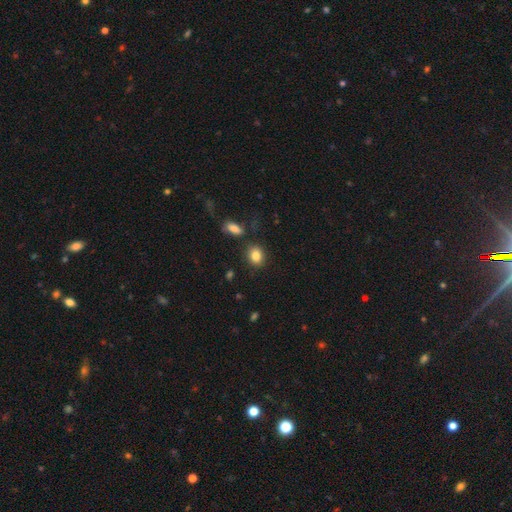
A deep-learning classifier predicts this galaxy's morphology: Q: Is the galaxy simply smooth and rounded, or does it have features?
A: smooth — 84%.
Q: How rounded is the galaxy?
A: round — 49%, tied with in between.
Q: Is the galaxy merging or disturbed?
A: none — 82%.